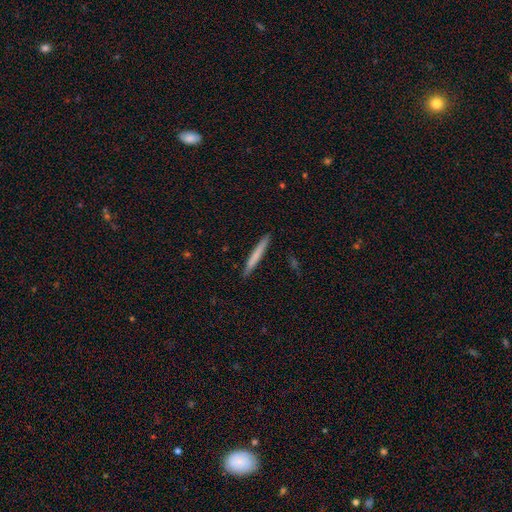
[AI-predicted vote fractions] Smooth or featured? smooth (69%)
How rounded? cigar-shaped (97%)
Merging? none (91%)